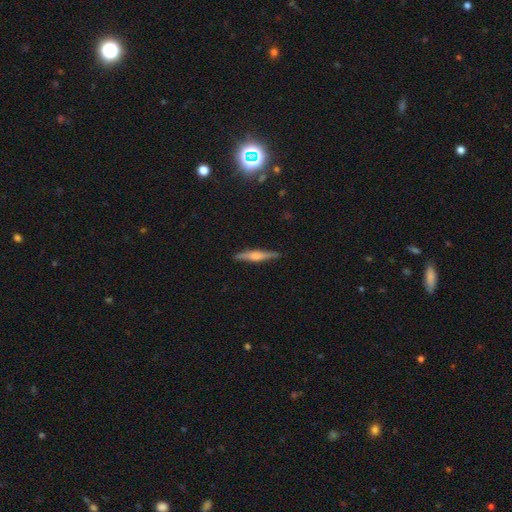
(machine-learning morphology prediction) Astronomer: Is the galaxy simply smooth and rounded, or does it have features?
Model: featured or disk — 63%.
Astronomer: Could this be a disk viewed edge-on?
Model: yes — 97%.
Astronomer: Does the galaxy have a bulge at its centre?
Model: rounded — 76%.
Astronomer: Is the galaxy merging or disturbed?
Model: none — 90%.